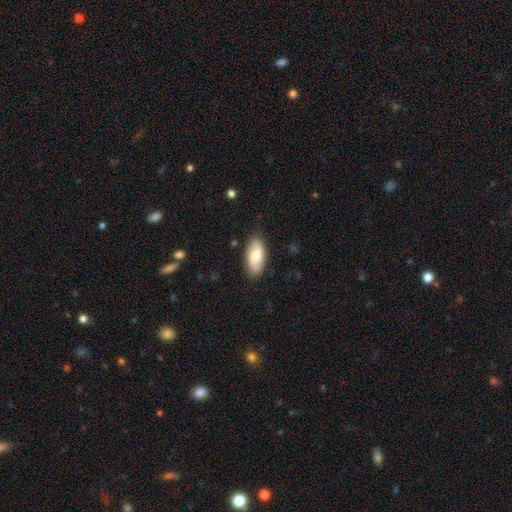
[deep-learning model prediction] Smooth or featured? smooth (70%)
How rounded? in between (91%)
Merging? none (83%)